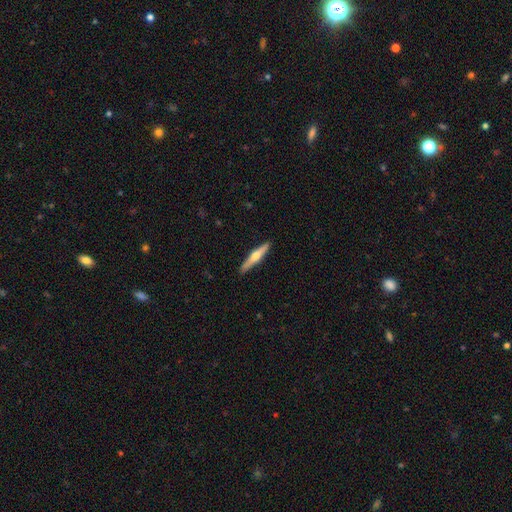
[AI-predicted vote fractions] Smooth or featured? featured or disk (58%)
Edge-on disk? yes (97%)
Edge-on bulge? rounded (91%)
Merging? none (91%)